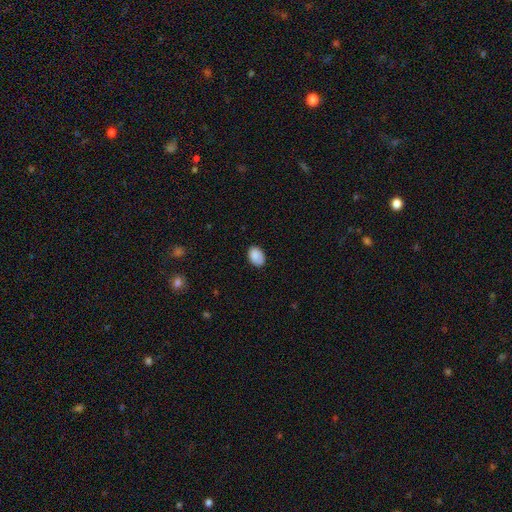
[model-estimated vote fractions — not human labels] This is clearly a smooth galaxy (87%). How rounded: clearly in between (83%). Merging: likely none (79%).